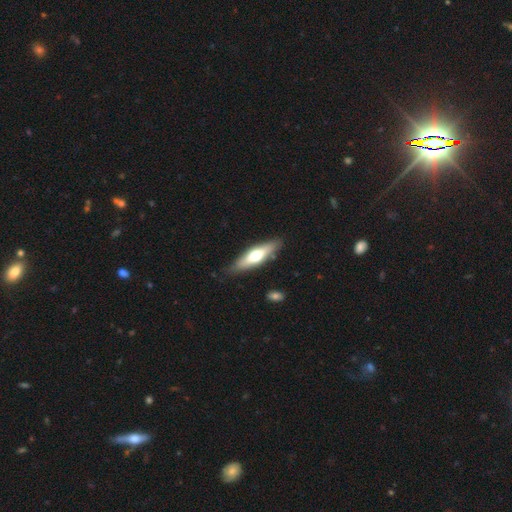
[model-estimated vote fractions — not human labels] A smooth galaxy with no disk features (48%). Merging: none (84%).